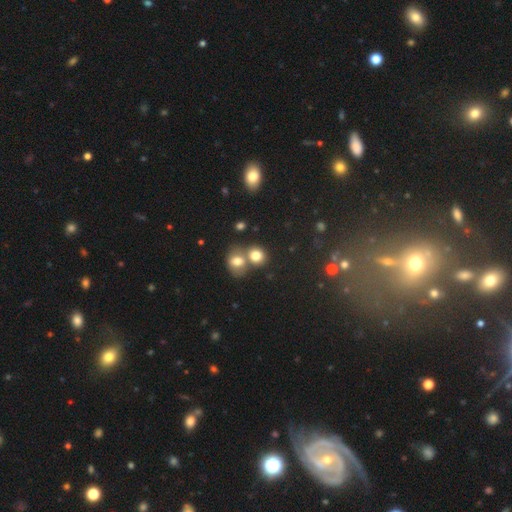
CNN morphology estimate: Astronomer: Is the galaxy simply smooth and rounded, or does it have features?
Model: smooth — 77%.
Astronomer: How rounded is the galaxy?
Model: round — 71%.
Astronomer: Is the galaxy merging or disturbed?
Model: merger — 46% (runner-up: none, 42%).